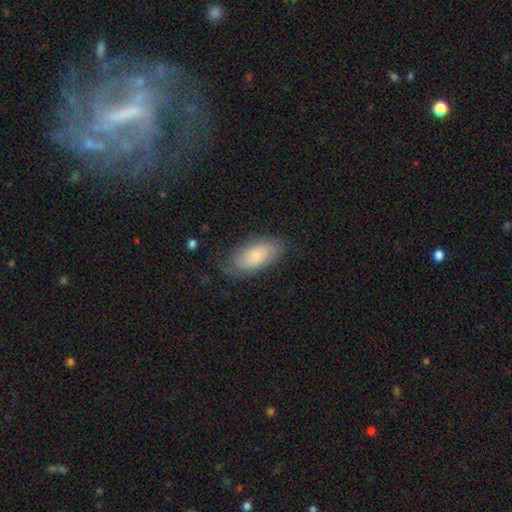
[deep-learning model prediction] smooth_or_featured: smooth (p=0.73) [alt: featured or disk p=0.20]
how_rounded: in between (p=0.92) [alt: cigar-shaped p=0.05]
merging: none (p=0.72) [alt: minor disturbance p=0.21]